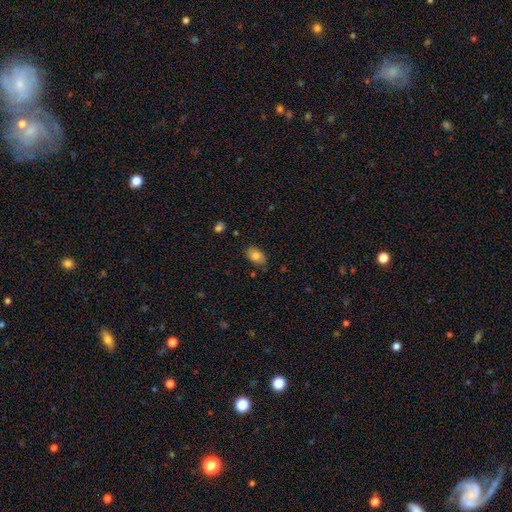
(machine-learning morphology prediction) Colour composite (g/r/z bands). It shows a smooth galaxy with no disk features (82%) that is in between round and cigar-shaped (86%). Merging: none (78%).